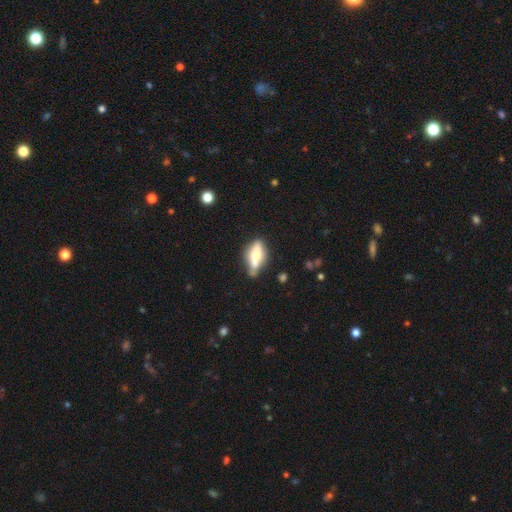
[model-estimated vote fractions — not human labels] Morphology: type=featured or disk (47%); merging=none (67%).